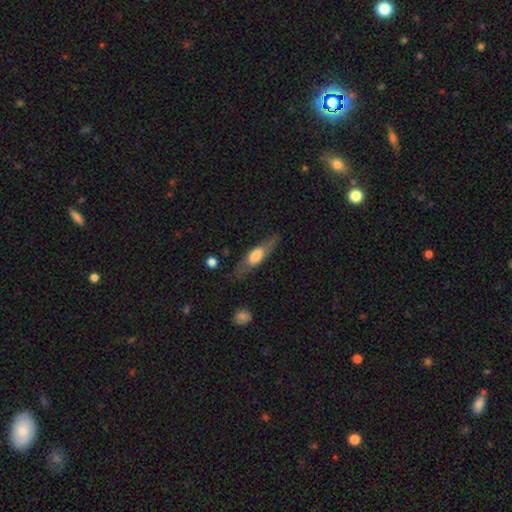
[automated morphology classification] smooth_or_featured: featured or disk (p=0.52) [alt: smooth p=0.42]
disk_edge_on: yes (p=0.72) [alt: no p=0.28]
merging: none (p=0.75) [alt: minor disturbance p=0.16]